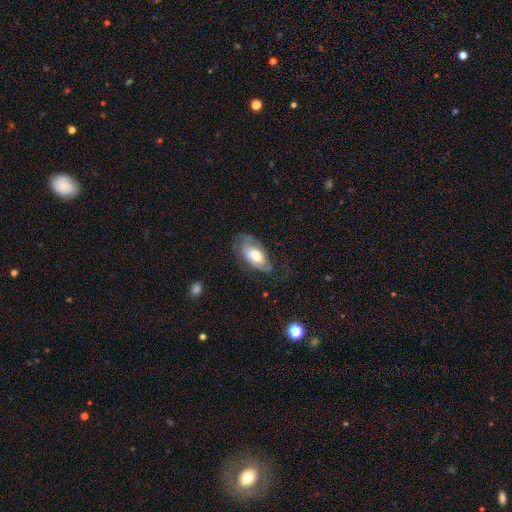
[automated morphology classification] Smooth or featured? Predicted: featured or disk (p=0.51). Edge-on disk? Predicted: no (p=0.89). Merging? Predicted: none (p=0.54).